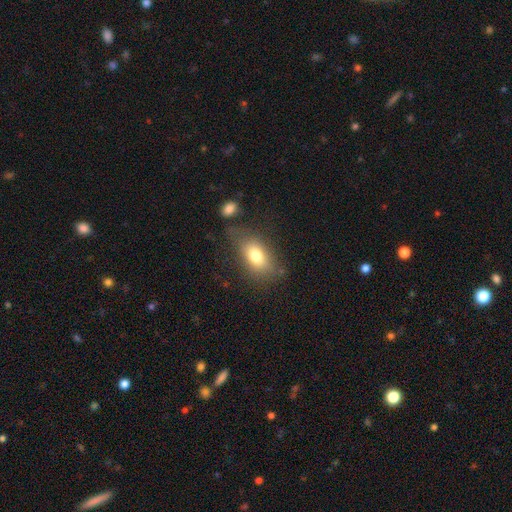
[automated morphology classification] smooth 76%, featured or disk 15%, star or artifact 9%. Down the decision tree: how rounded — in between (85%); merging — none (63%).